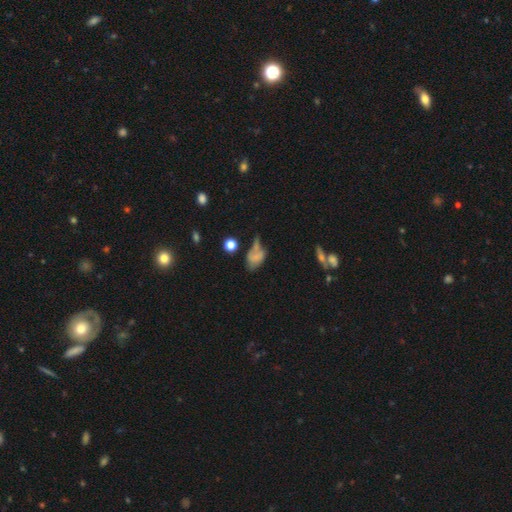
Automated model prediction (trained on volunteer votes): Overall: smooth (61%; featured or disk 26%). How rounded: in between (83%). Merging: minor disturbance (29%; major disturbance 26%).